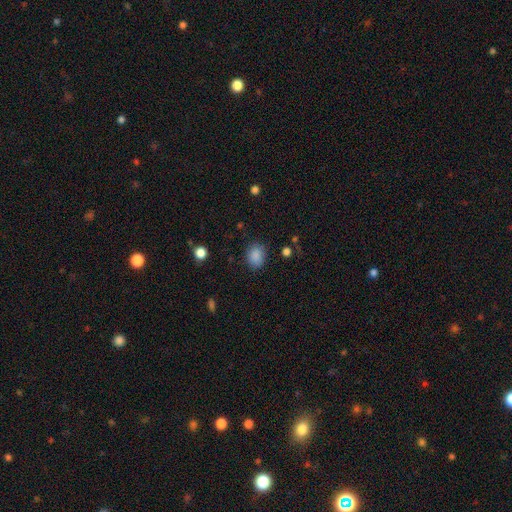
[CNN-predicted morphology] Q: Smooth or featured?
A: smooth (86%); runner-up: star or artifact (10%)
Q: How rounded?
A: in between (55%); runner-up: round (44%)
Q: Merging?
A: none (81%); runner-up: minor disturbance (14%)